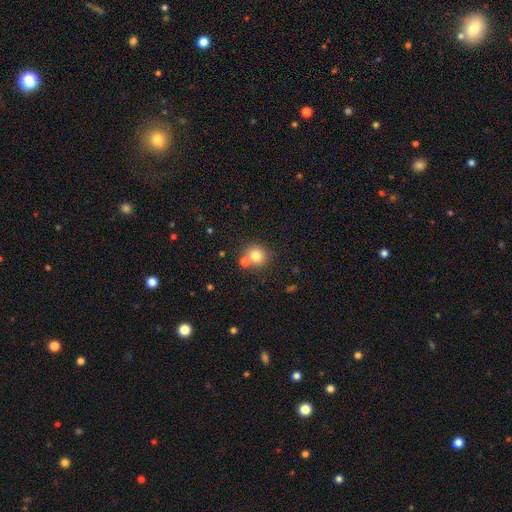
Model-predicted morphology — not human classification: A smooth galaxy with no disk features (78%) that is round (89%). Merging: none (61%).